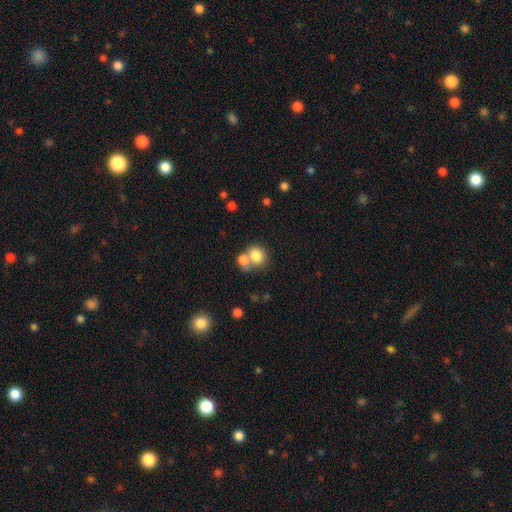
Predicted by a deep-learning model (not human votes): Smooth or featured: smooth — 80% (featured or disk — 10%)
How rounded: round — 69% (in between — 30%)
Merging: merger — 47% (none — 40%)